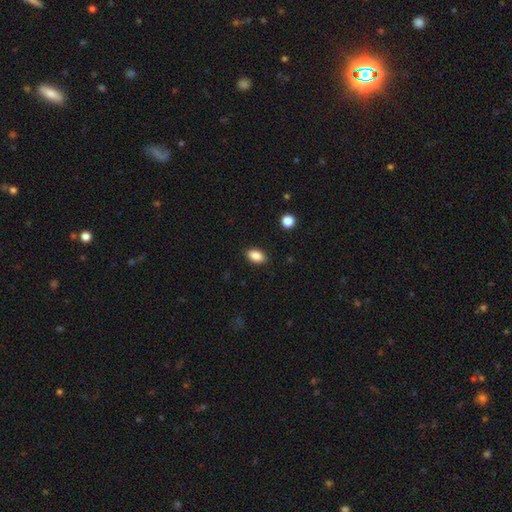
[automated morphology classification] This is clearly a smooth galaxy (87%). How rounded: clearly in between (90%). Merging: clearly none (89%).